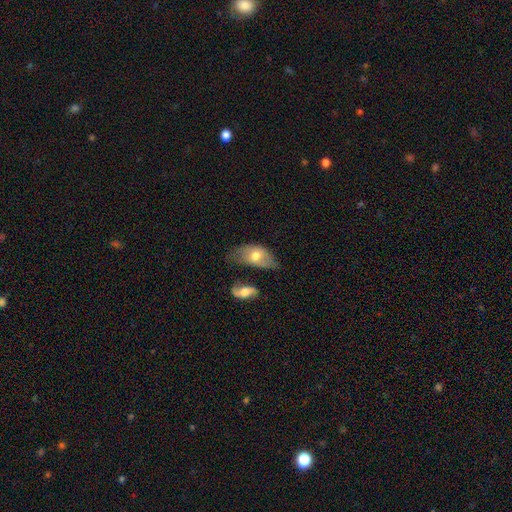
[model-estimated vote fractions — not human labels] smooth 62%, featured or disk 31%, star or artifact 6%. Down the decision tree: how rounded — in between (91%); merging — minor disturbance (34%).